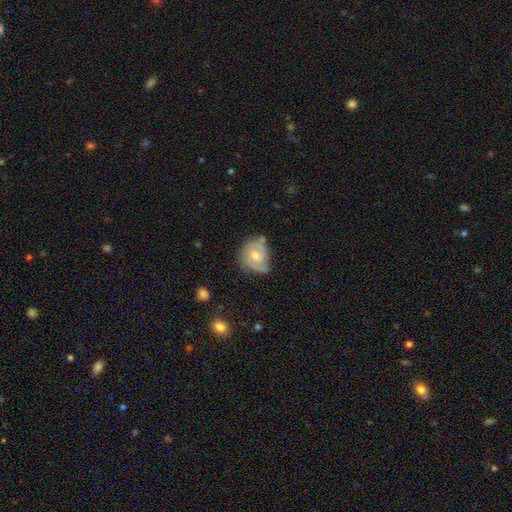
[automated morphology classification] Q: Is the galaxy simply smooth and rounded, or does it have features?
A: featured or disk — 71%.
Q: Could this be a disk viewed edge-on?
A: no — 97%.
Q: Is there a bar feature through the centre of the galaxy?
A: no — 61%.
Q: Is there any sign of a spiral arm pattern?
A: yes — 91%.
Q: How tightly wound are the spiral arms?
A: tight — 50%.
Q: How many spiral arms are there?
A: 2 — 59%.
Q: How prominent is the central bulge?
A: moderate — 57%.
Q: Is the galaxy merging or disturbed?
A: none — 55%.